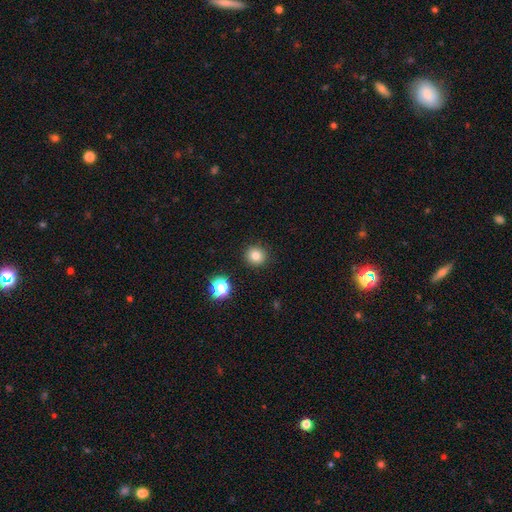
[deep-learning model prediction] smooth-or-featured: smooth: 80% | star or artifact: 14% | featured or disk: 6%
  how-rounded: round: 90% | in between: 9% | cigar-shaped: 1%
  merging: none: 91% | minor disturbance: 5% | major disturbance: 2% | merger: 2%